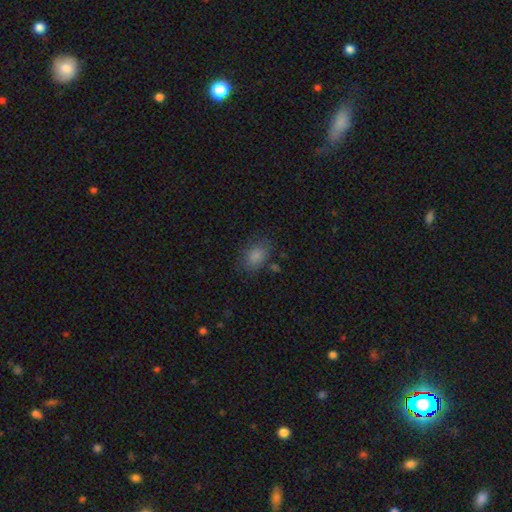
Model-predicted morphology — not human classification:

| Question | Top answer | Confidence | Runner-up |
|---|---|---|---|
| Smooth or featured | smooth | 83% | star or artifact (10%) |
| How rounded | in between | 79% | round (19%) |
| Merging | none | 73% | minor disturbance (17%) |